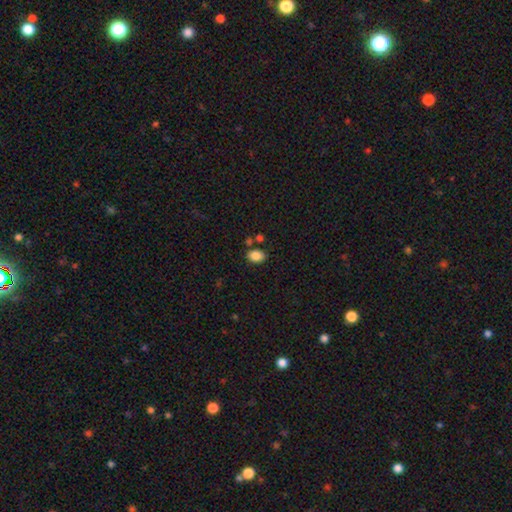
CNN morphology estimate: Smooth or featured? smooth (86%)
How rounded? in between (75%)
Merging? none (77%)